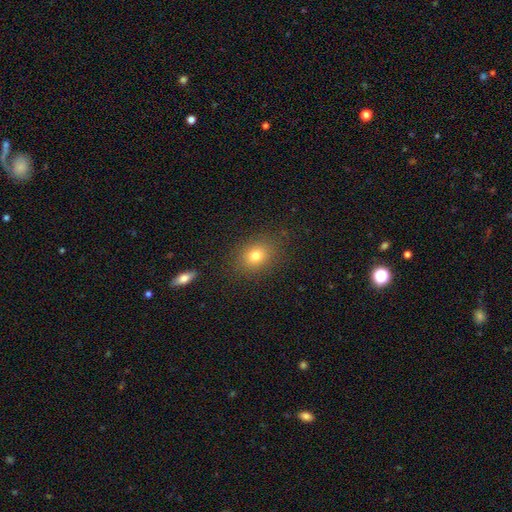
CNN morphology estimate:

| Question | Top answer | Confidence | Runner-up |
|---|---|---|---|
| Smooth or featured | smooth | 77% | star or artifact (13%) |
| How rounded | round | 54% | in between (45%) |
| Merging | none | 86% | minor disturbance (10%) |